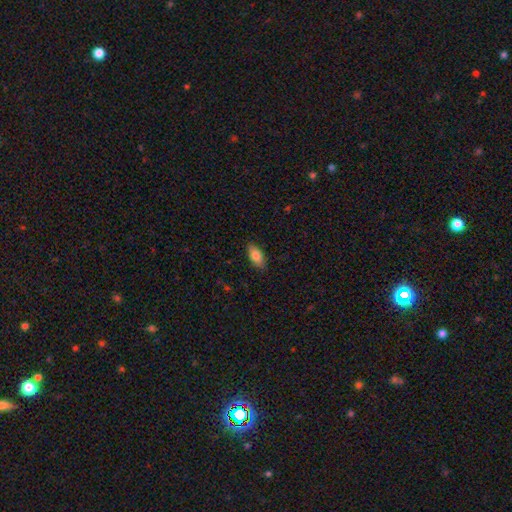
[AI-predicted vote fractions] smooth-or-featured: smooth: 83% | featured or disk: 10% | star or artifact: 7%
  how-rounded: in between: 89% | cigar-shaped: 9% | round: 3%
  merging: none: 88% | minor disturbance: 9% | major disturbance: 2% | merger: 1%